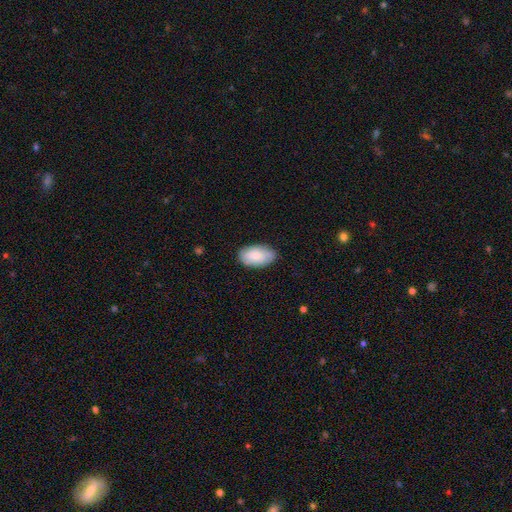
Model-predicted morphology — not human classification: This appears to be a smooth galaxy with no disk features (82%) that is in between round and cigar-shaped (95%). Merging: none (83%).